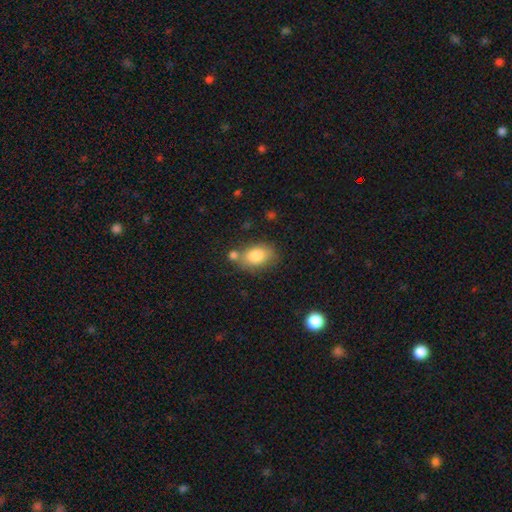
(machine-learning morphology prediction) A smooth galaxy with no disk features (84%) that is in between round and cigar-shaped (85%). Merging: none (61%).